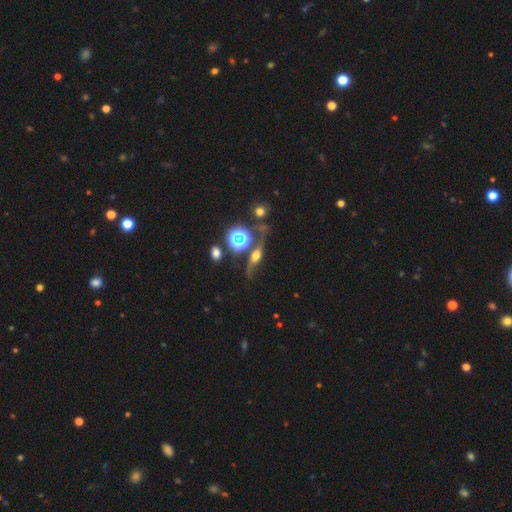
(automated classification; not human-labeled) A featured or disk galaxy (56%) viewed edge-on (53%).

Vote fractions:
- Smooth or featured? featured or disk: 56% / smooth: 24% / star or artifact: 19%
- Edge-on disk? yes: 53% / no: 47%
- Merging? none: 51% / minor disturbance: 20% / major disturbance: 18% / merger: 11%